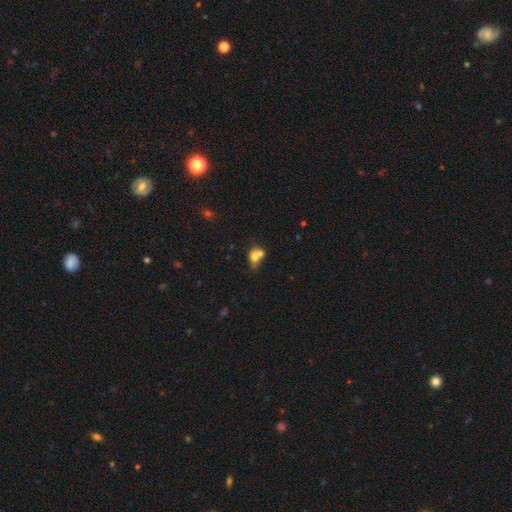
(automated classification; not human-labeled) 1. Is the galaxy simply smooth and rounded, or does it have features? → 69% smooth, 20% featured or disk, 11% star or artifact.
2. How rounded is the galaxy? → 53% in between, 46% round, 2% cigar-shaped.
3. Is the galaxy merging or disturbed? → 61% merger, 24% none, 10% minor disturbance, 6% major disturbance.